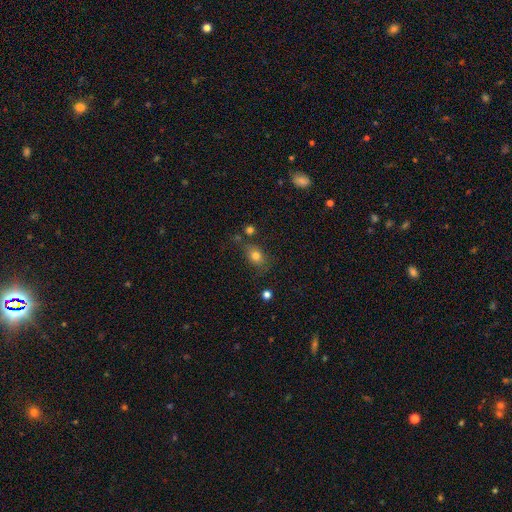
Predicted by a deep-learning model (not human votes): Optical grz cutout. It shows a smooth galaxy with no disk features (78%) that is in between round and cigar-shaped (69%). Merging: none (64%).